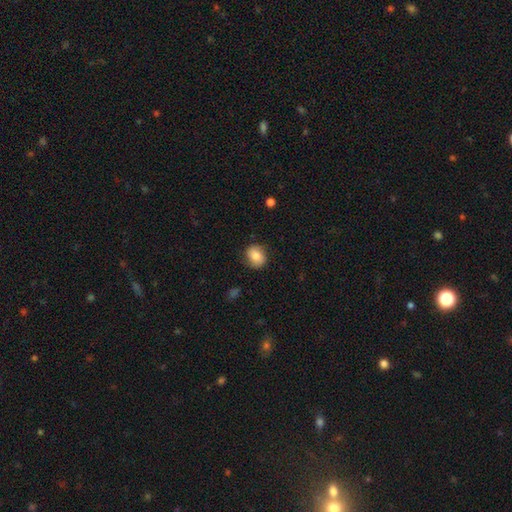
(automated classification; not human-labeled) This appears to be a smooth galaxy with no disk features (78%) that is round (65%). Merging: none (82%).